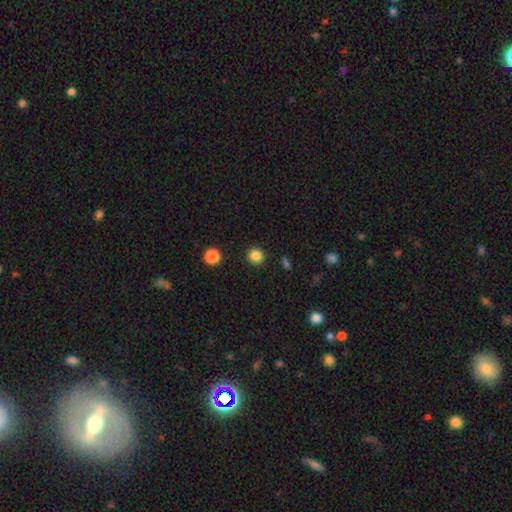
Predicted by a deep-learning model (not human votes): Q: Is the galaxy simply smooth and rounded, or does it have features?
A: smooth — 85%.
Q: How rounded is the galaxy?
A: round — 93%.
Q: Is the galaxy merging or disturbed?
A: none — 91%.